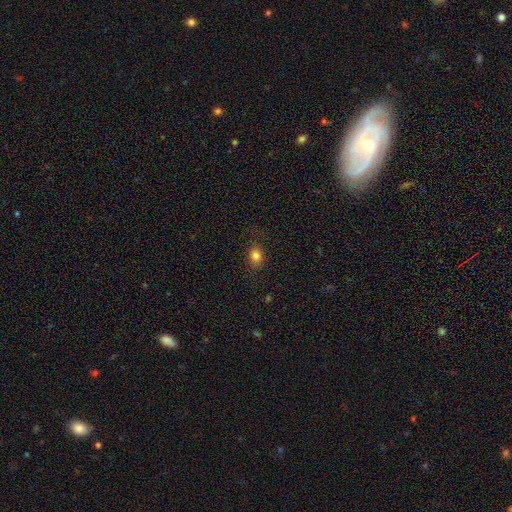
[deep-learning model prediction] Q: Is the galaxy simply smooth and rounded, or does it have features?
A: smooth — 82%.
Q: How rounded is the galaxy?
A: in between — 51%.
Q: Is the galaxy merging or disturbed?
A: none — 84%.